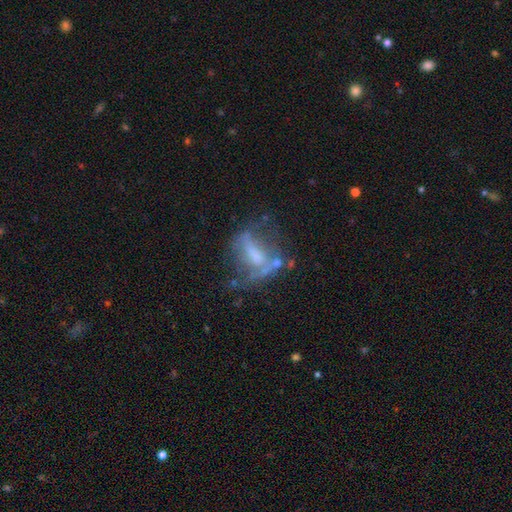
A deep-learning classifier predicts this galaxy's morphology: This appears to be a featured or disk galaxy (67%) with a weak bar (35%), spiral arms (57%) and no central bulge (32%). Merging: none (39%).